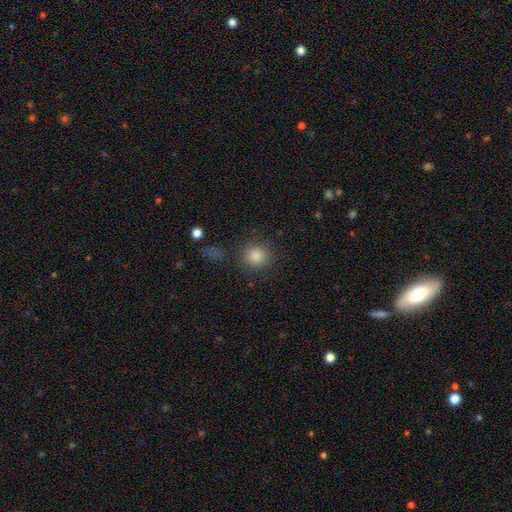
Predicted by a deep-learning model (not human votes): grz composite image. It shows a smooth galaxy with no disk features (83%) that is round (89%). Merging: none (87%).